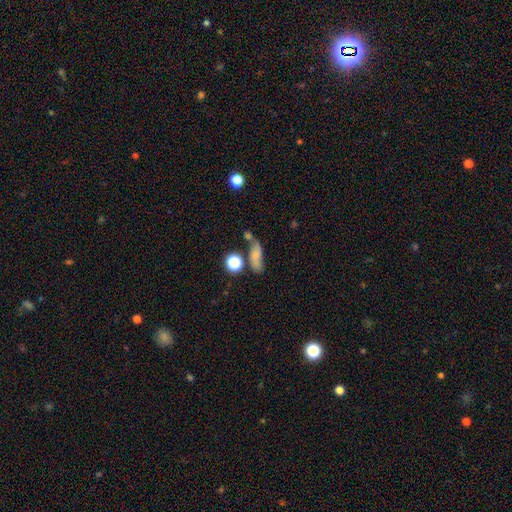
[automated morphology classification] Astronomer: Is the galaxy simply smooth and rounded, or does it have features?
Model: smooth — 63%.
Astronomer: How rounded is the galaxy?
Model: in between — 55% (runner-up: cigar-shaped, 31%).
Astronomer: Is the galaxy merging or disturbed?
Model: none — 47%.